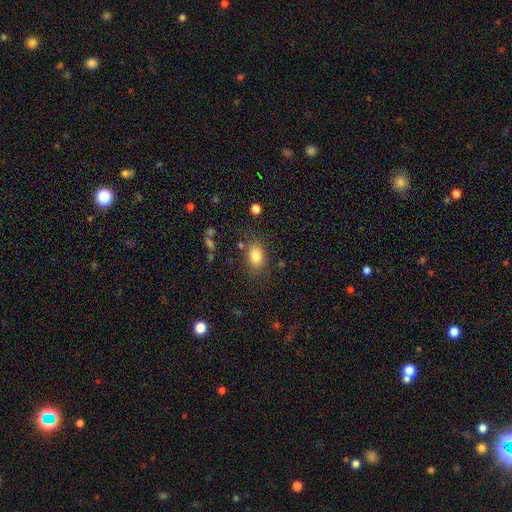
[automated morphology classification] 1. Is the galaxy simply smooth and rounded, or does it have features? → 82% smooth, 10% star or artifact, 7% featured or disk.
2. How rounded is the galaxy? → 73% in between, 26% round, 1% cigar-shaped.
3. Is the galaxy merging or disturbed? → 76% none, 14% minor disturbance, 5% major disturbance, 4% merger.